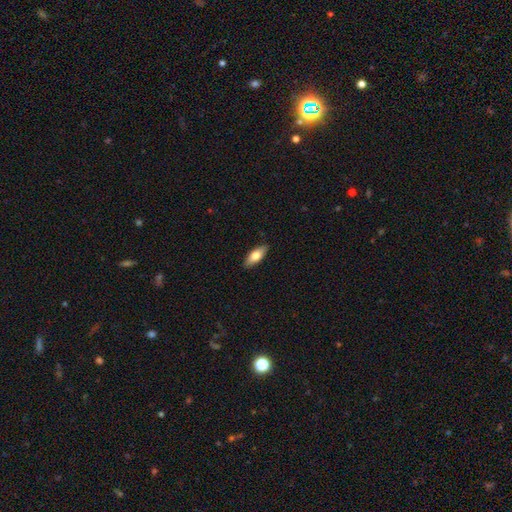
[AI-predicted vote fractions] smooth-or-featured: smooth: 70% | featured or disk: 24% | star or artifact: 6%
  how-rounded: in between: 74% | cigar-shaped: 24% | round: 3%
  merging: none: 88% | minor disturbance: 9% | major disturbance: 2% | merger: 1%